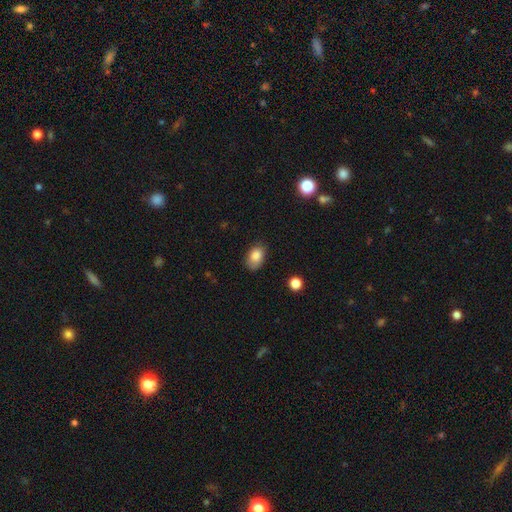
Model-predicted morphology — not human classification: A smooth galaxy with no disk features (85%) that is in between round and cigar-shaped (85%). Merging: none (72%).